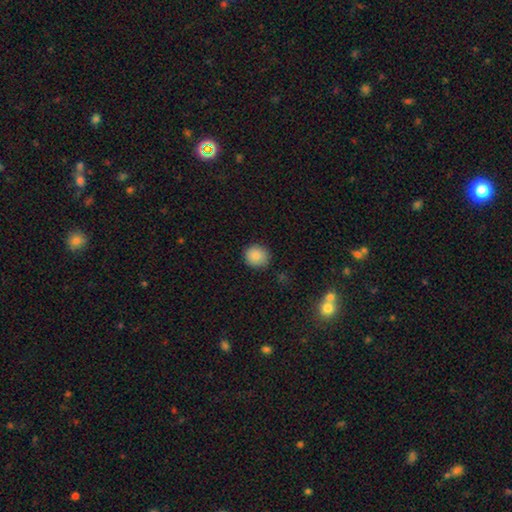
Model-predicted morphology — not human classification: Overall: smooth (86%). How rounded: round (91%). Merging: none (87%).